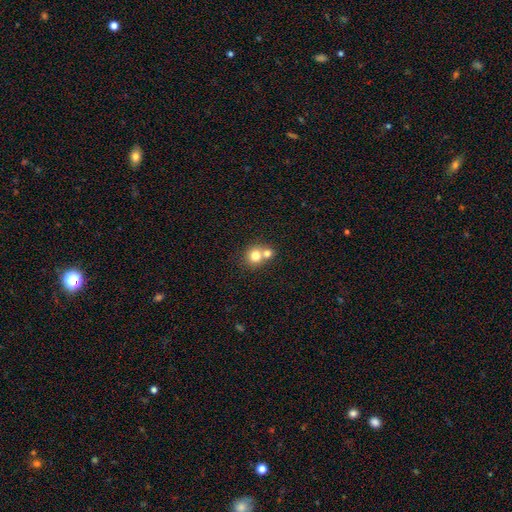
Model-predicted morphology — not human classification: smooth 78%, star or artifact 11%, featured or disk 11%. Down the decision tree: how rounded — round (85%); merging — merger (50%).